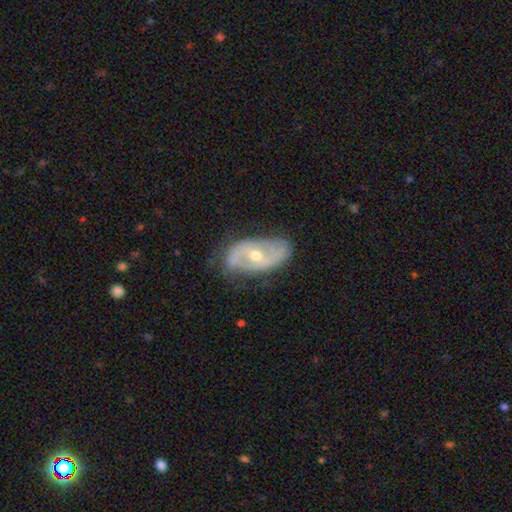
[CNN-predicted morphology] A featured or disk galaxy (74%) with no bar (56%), spiral arms (73%) and a moderate central bulge (61%).

Vote fractions:
- Smooth or featured? featured or disk: 74% / smooth: 20% / star or artifact: 6%
- Edge-on disk? no: 92% / yes: 8%
- Bar? no: 56% / weak: 29% / strong: 15%
- Spiral arms? yes: 73% / no: 27%
- Bulge size? moderate: 61% / small: 36% / large: 2% / none: 1% / dominant: 1%
- Merging? none: 69% / minor disturbance: 23% / major disturbance: 7% / merger: 1%